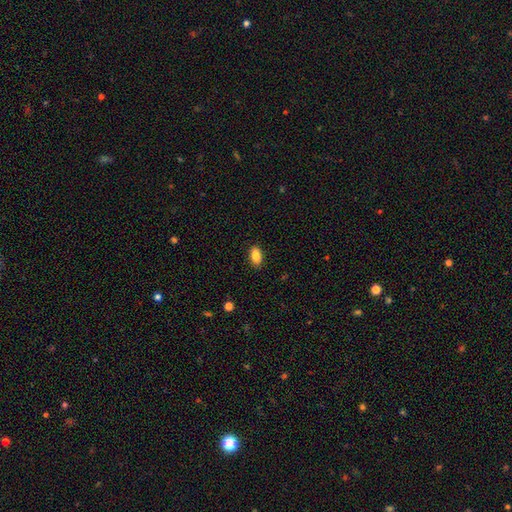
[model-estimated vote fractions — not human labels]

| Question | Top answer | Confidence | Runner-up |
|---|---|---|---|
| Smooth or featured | smooth | 85% | star or artifact (8%) |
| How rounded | in between | 92% | round (6%) |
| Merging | none | 89% | minor disturbance (8%) |